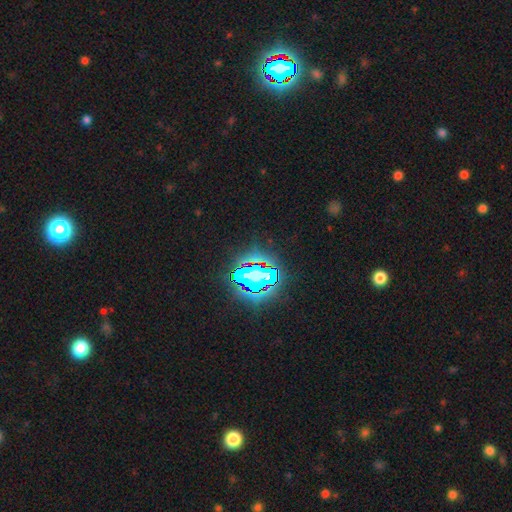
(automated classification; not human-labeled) This is likely a star or artifact rather than a galaxy (76%).